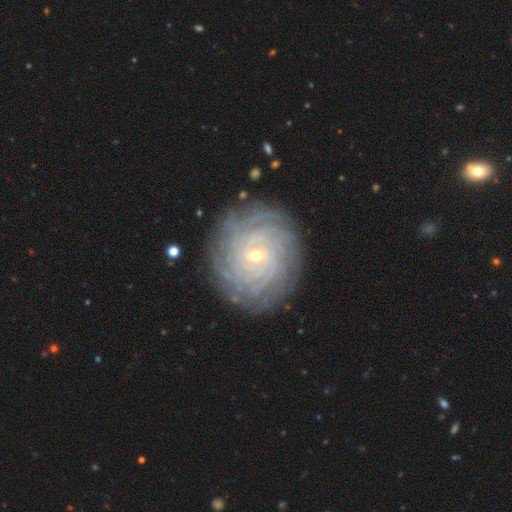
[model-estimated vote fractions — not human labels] The model was most divided on "spiral arm count": more than 4: 33%, can't tell: 26%, 4: 17%, 3: 9%, 2: 8%, 1: 7%. More confident: edge-on disk — no (98%); spiral arms — yes (97%); spiral winding — tight (88%); smooth or featured — featured or disk (87%); merging — none (86%); bulge size — small (71%); bar — no (56%).